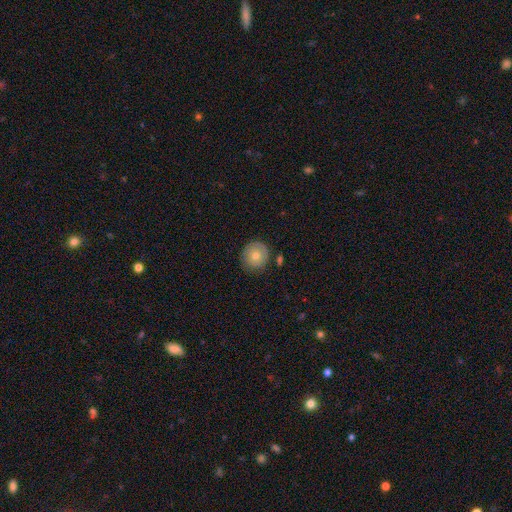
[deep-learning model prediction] smooth 68%, featured or disk 24%, star or artifact 9%. Down the decision tree: how rounded — round (92%); merging — none (82%).